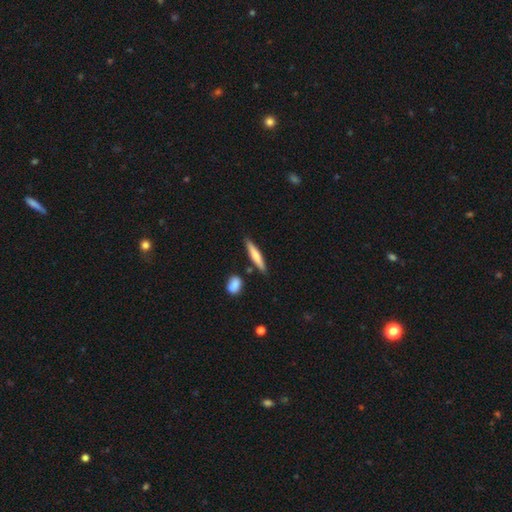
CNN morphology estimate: A smooth galaxy with no disk features (68%) that is cigar-shaped (88%). Merging: none (83%).